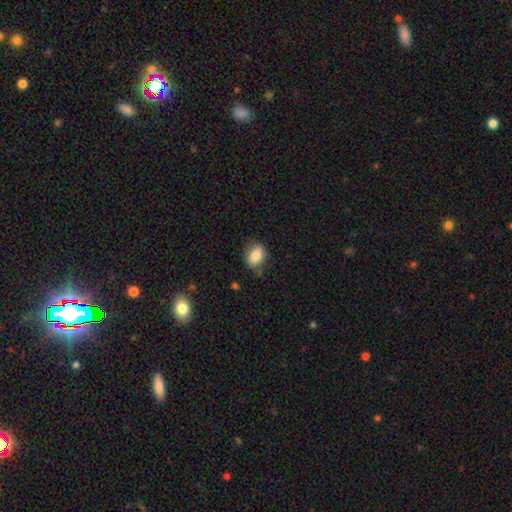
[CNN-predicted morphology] Smooth or featured: smooth — 84% (star or artifact — 8%)
How rounded: in between — 71% (round — 28%)
Merging: none — 73% (minor disturbance — 20%)